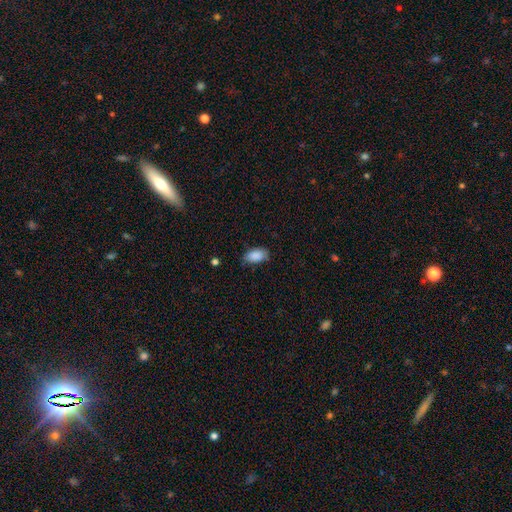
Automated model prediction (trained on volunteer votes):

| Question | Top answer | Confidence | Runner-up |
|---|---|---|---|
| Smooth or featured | smooth | 88% | star or artifact (7%) |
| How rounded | in between | 93% | round (5%) |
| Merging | none | 75% | minor disturbance (20%) |